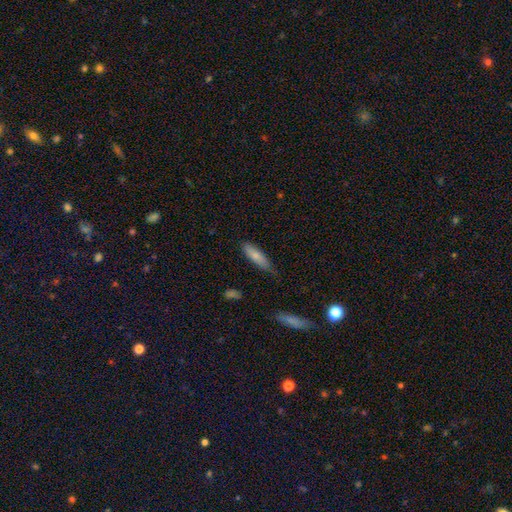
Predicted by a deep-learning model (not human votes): smooth-or-featured: smooth: 76% | featured or disk: 17% | star or artifact: 6%
  how-rounded: cigar-shaped: 53% | in between: 45% | round: 2%
  merging: none: 72% | minor disturbance: 23% | major disturbance: 4% | merger: 2%